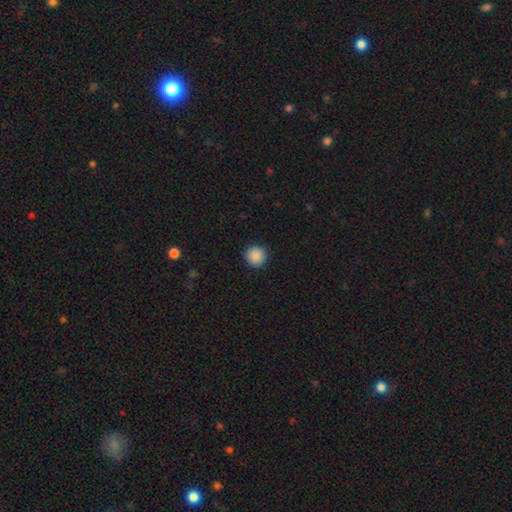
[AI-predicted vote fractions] Morphology: type=smooth (89%); roundness=round (94%); merging=none (92%).